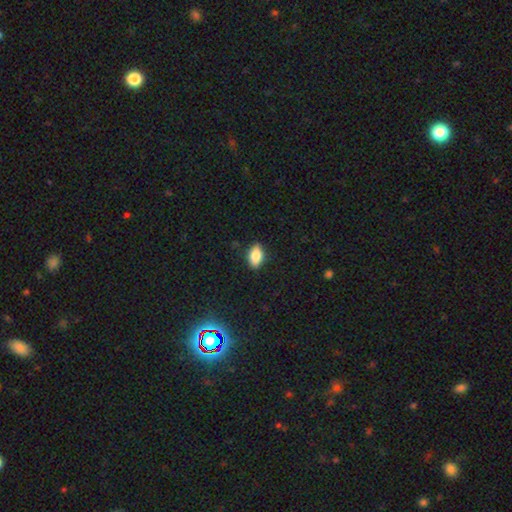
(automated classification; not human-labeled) Smooth or featured? Predicted: smooth (p=0.81). How rounded? Predicted: in between (p=0.89). Merging? Predicted: none (p=0.87).